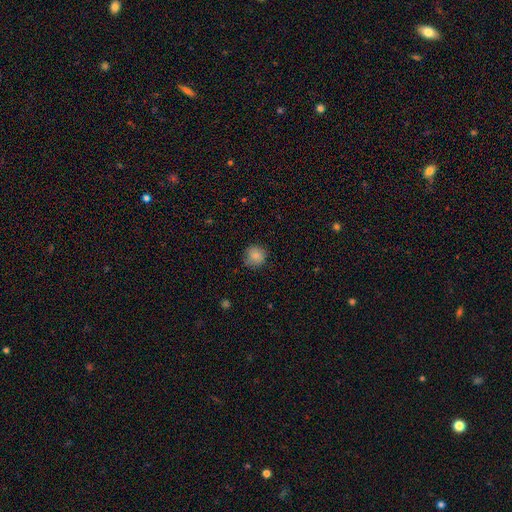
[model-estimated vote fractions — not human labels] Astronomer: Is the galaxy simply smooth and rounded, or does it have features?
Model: smooth — 83%.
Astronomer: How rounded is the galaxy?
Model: round — 89%.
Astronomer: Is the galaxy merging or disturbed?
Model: none — 79%.